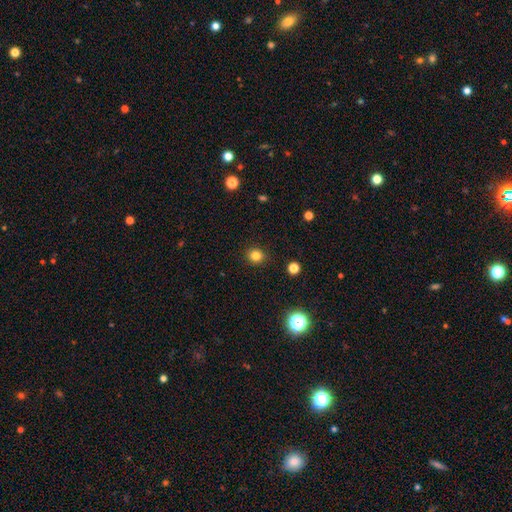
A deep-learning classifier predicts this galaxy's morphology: smooth-or-featured: smooth: 82% | star or artifact: 14% | featured or disk: 5%
  how-rounded: round: 86% | in between: 14% | cigar-shaped: 1%
  merging: none: 91% | minor disturbance: 6% | major disturbance: 2% | merger: 1%